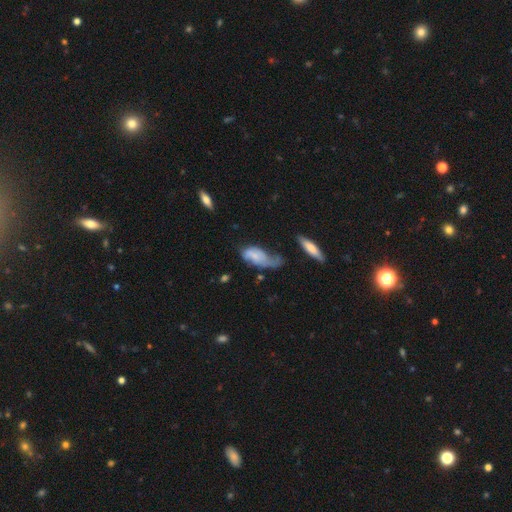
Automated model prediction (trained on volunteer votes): smooth 50%, featured or disk 43%, star or artifact 8%. Down the decision tree: merging — major disturbance (37%).